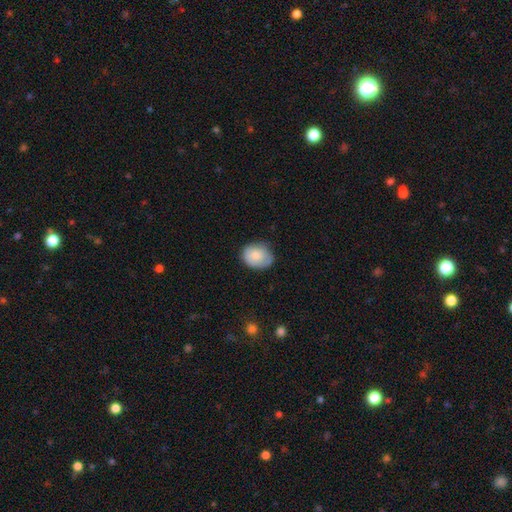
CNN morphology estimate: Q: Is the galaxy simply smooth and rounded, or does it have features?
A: smooth — 76%.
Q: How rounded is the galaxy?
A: round — 52%.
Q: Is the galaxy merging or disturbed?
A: none — 66%.